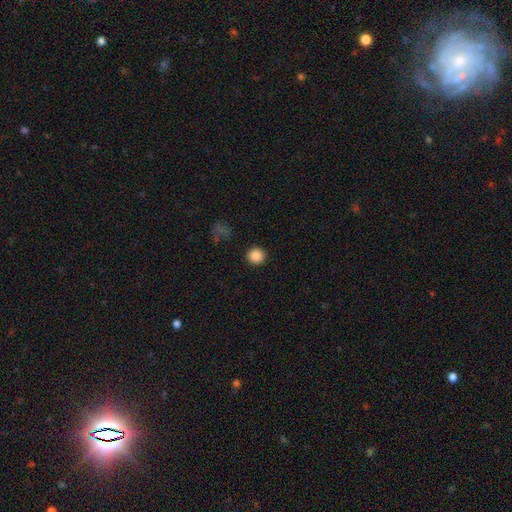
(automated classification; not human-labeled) Smooth or featured: smooth — 87% (star or artifact — 10%)
How rounded: round — 94% (in between — 5%)
Merging: none — 92% (minor disturbance — 5%)